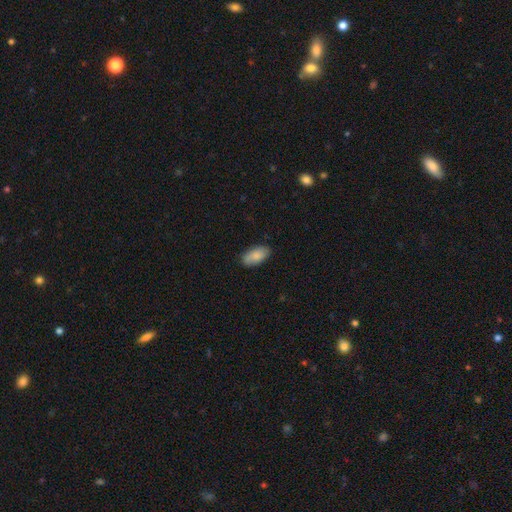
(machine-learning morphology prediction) Q: Smooth or featured?
A: smooth (84%); runner-up: featured or disk (10%)
Q: How rounded?
A: in between (93%); runner-up: cigar-shaped (5%)
Q: Merging?
A: none (82%); runner-up: minor disturbance (14%)